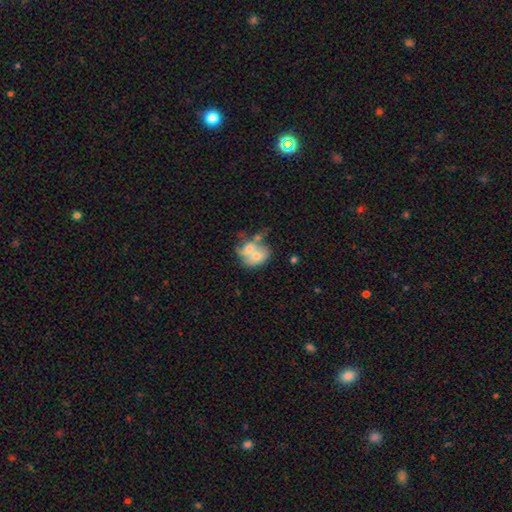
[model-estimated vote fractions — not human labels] Morphology: type=smooth (53%); roundness=in between (56%); merging=merger (65%).